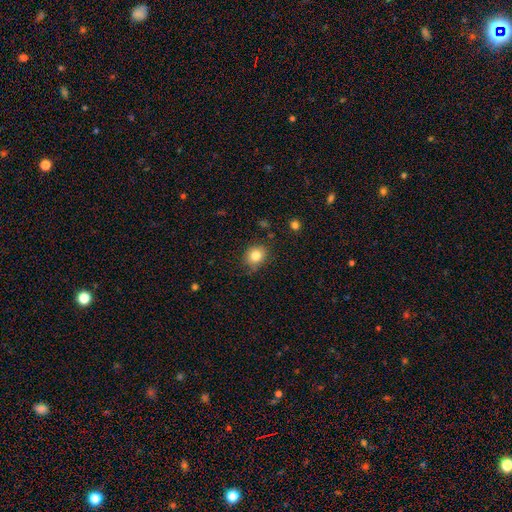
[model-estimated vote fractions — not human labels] Smooth or featured? smooth (82%)
How rounded? round (65%)
Merging? none (79%)